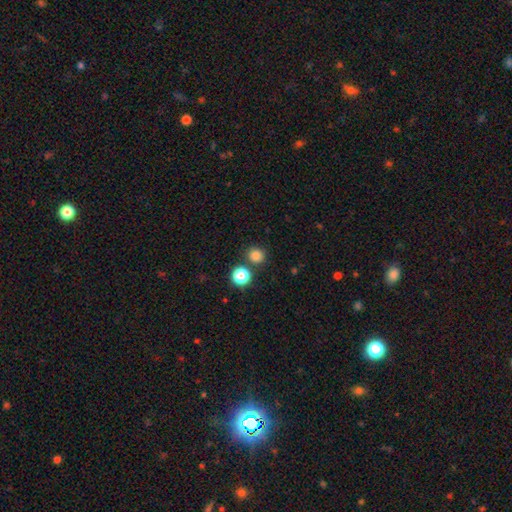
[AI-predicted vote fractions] Q: Smooth or featured?
A: smooth (82%); runner-up: star or artifact (14%)
Q: How rounded?
A: round (91%); runner-up: in between (8%)
Q: Merging?
A: none (81%); runner-up: merger (10%)